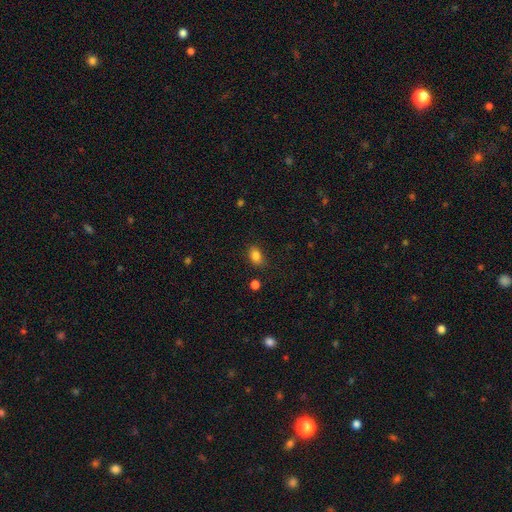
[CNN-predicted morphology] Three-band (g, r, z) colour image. It shows a smooth galaxy with no disk features (84%) that is in between round and cigar-shaped (80%). Merging: none (81%).